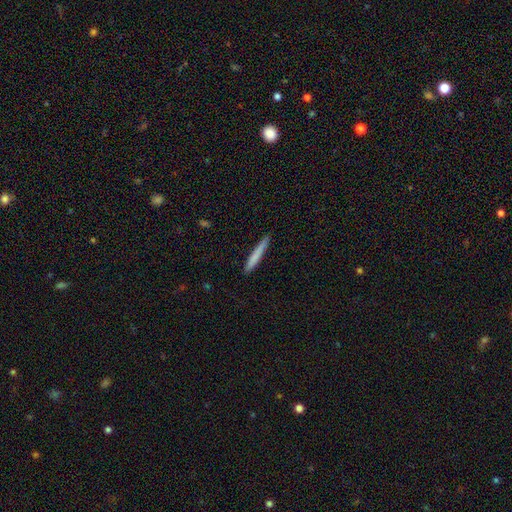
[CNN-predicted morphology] type=smooth (76%); roundness=cigar-shaped (96%); merging=none (88%).